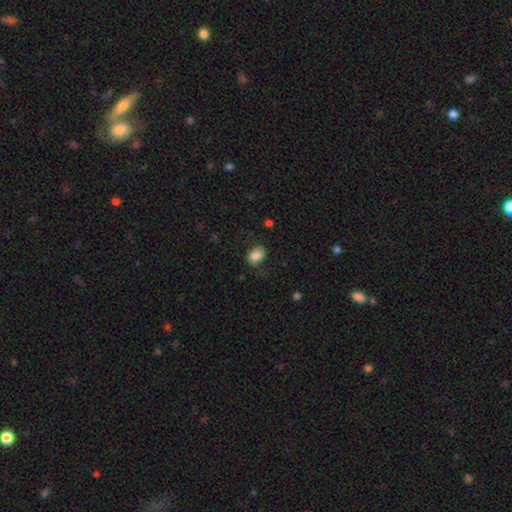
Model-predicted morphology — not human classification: The model was most divided on "merging": none: 65%, minor disturbance: 23%, major disturbance: 10%, merger: 2%. More confident: smooth or featured — smooth (82%); how rounded — in between (72%).